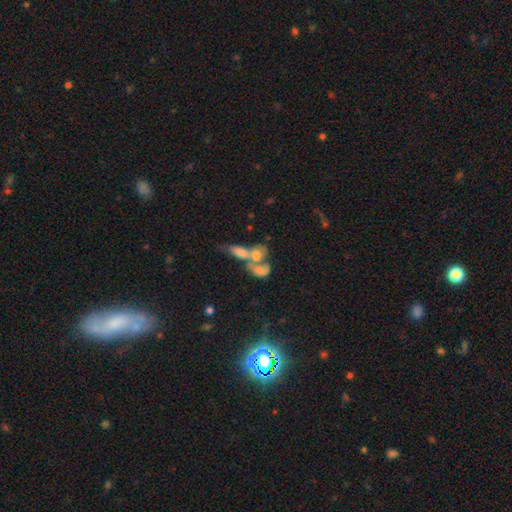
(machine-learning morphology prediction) smooth-or-featured: smooth: 48% | featured or disk: 37% | star or artifact: 15%
  merging: merger: 66% | none: 17% | major disturbance: 9% | minor disturbance: 7%